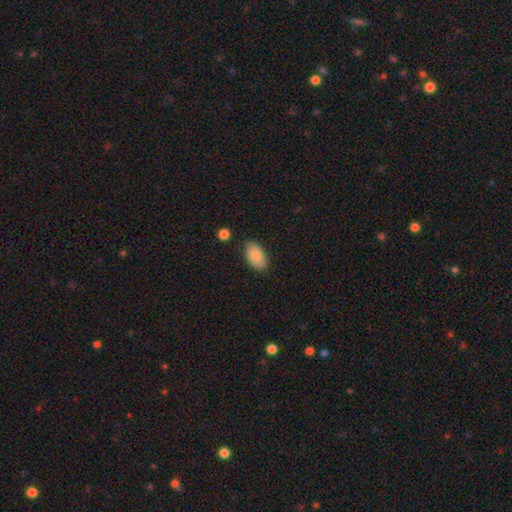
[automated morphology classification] smooth 82%, featured or disk 11%, star or artifact 7%. Down the decision tree: how rounded — in between (93%); merging — none (76%).